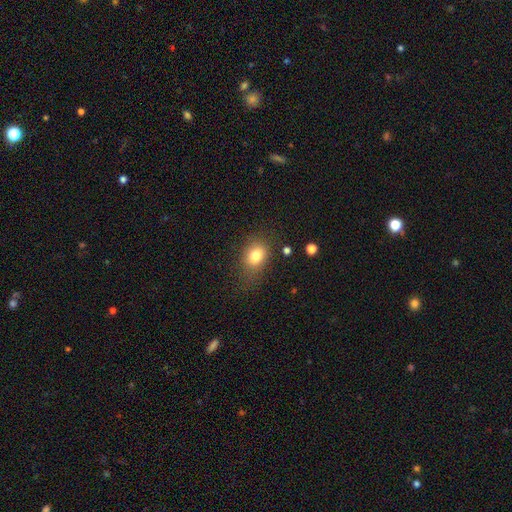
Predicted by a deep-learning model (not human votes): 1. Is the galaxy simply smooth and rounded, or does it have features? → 79% smooth, 11% star or artifact, 10% featured or disk.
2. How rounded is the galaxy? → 62% in between, 37% round, 1% cigar-shaped.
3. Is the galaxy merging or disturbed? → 68% none, 20% minor disturbance, 9% major disturbance, 2% merger.